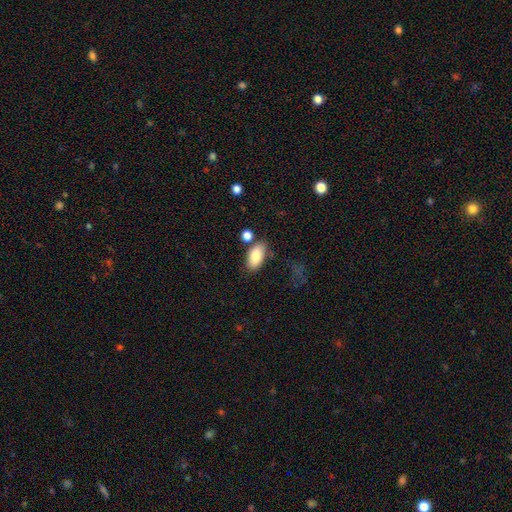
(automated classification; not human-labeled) A smooth galaxy with no disk features (82%) that is in between round and cigar-shaped (92%). Merging: none (72%).